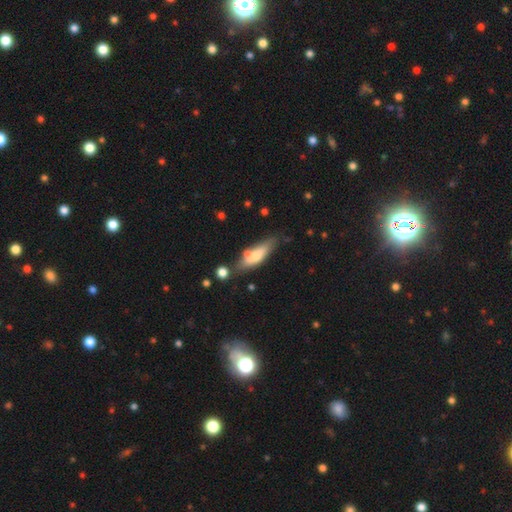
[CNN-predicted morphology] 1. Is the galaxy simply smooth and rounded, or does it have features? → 58% smooth, 35% featured or disk, 6% star or artifact.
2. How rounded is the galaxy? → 51% cigar-shaped, 47% in between, 2% round.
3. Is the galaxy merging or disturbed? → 61% none, 19% minor disturbance, 14% merger, 5% major disturbance.